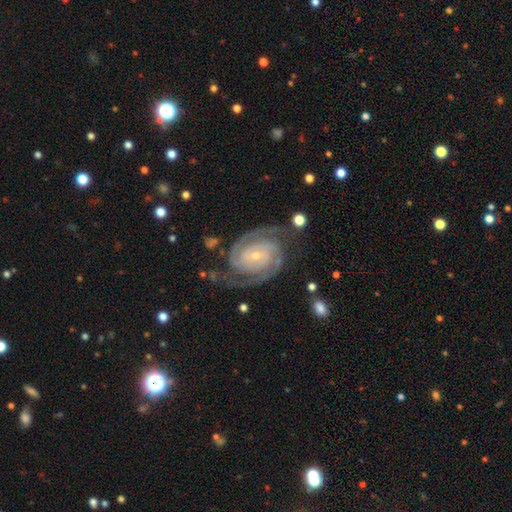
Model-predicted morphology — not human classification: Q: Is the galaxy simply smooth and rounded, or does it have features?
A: featured or disk — 93%.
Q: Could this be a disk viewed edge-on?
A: no — 98%.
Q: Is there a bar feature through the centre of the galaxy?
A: no — 57%.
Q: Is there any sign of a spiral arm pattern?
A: yes — 99%.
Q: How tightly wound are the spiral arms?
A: tight — 66%.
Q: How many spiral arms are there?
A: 2 — 88%.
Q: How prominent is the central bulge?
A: small — 74%.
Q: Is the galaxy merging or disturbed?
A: none — 77%.